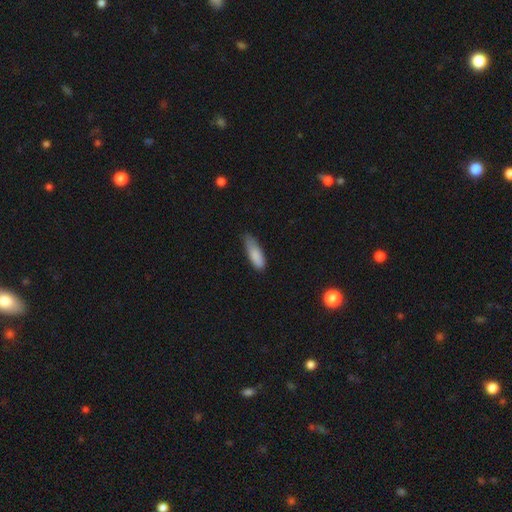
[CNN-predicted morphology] Smooth or featured: smooth — 84% (featured or disk — 9%)
How rounded: in between — 62% (cigar-shaped — 36%)
Merging: none — 47% (minor disturbance — 42%)